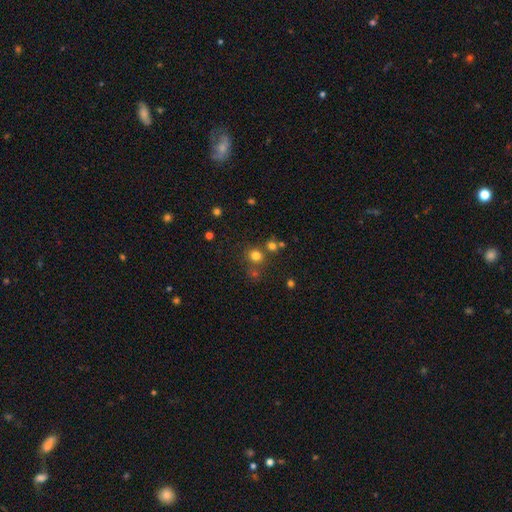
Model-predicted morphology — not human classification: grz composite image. It shows a smooth galaxy with no disk features (73%) that is round (83%). Merging: none (69%).